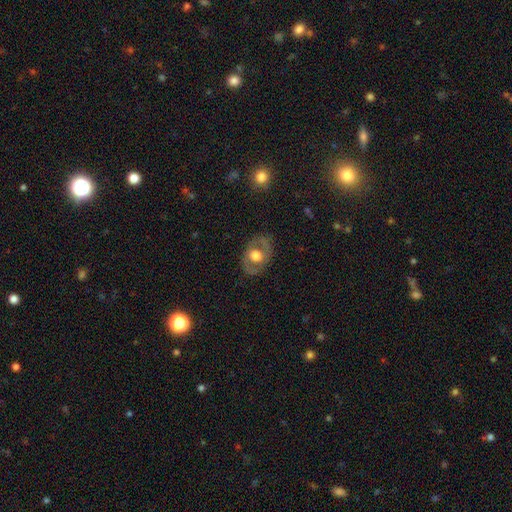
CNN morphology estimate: Smooth or featured: featured or disk — 54% (smooth — 39%)
Edge-on disk: no — 91% (yes — 9%)
Merging: none — 78% (minor disturbance — 14%)